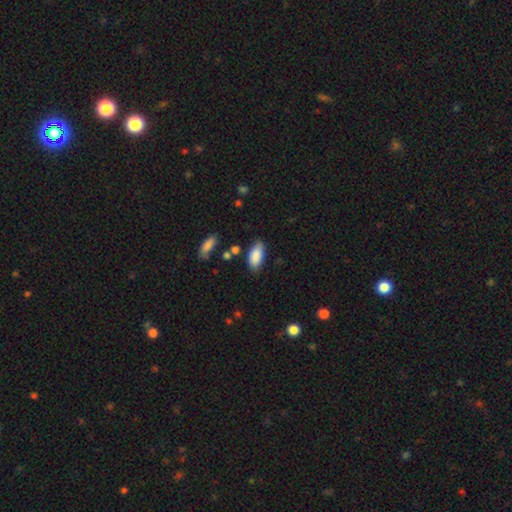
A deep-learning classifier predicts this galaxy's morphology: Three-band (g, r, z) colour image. It shows a smooth galaxy with no disk features (86%) that is in between round and cigar-shaped (91%). Merging: none (72%).